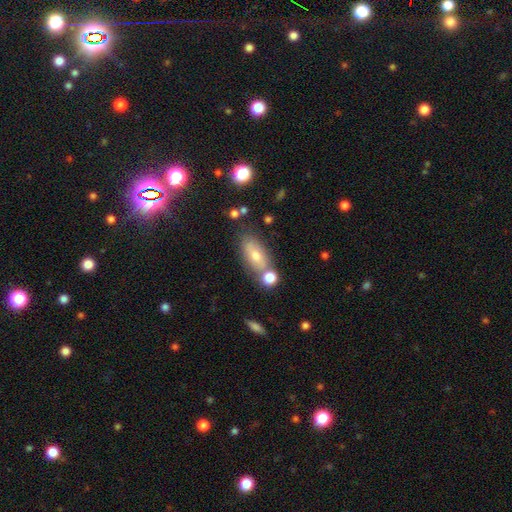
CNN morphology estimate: smooth-or-featured: smooth: 61% | featured or disk: 28% | star or artifact: 10%
  how-rounded: in between: 81% | cigar-shaped: 13% | round: 6%
  merging: none: 63% | merger: 17% | minor disturbance: 15% | major disturbance: 5%